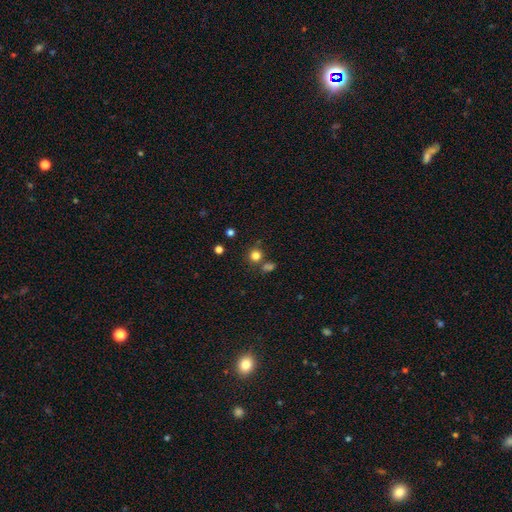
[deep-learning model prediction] Overall: smooth (80%). How rounded: round (90%). Merging: none (71%).